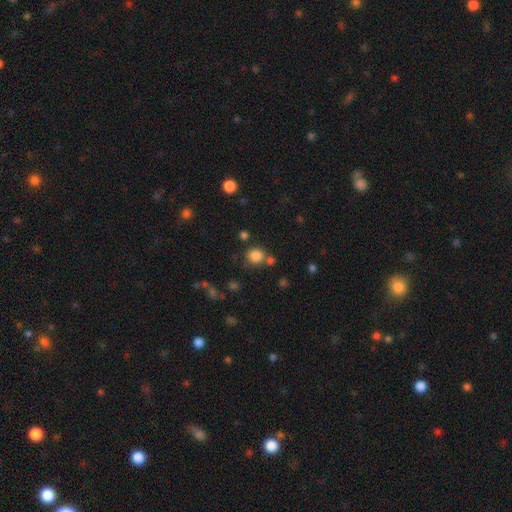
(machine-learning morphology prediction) A smooth galaxy with no disk features (82%) that is round (81%). Merging: none (72%).